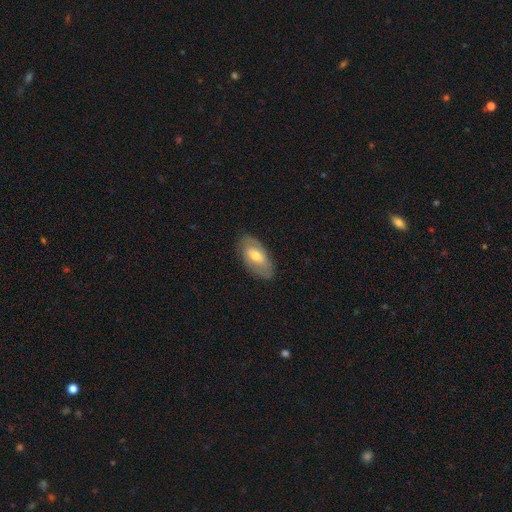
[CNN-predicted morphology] Smooth or featured?
  - featured or disk: 47% * (tied)
  - smooth: 47% * (tied)
  - star or artifact: 6%
Merging?
  - none: 80% *
  - minor disturbance: 15%
  - major disturbance: 4%
  - merger: 1%